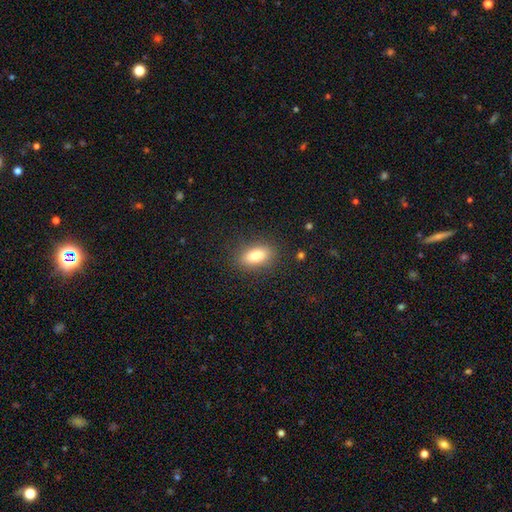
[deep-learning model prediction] Overall: smooth (80%). How rounded: in between (84%). Merging: none (86%).